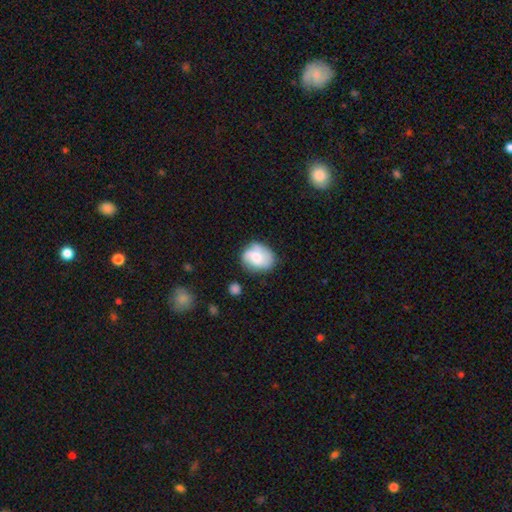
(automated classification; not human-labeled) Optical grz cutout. It shows a smooth galaxy with no disk features (53%) that is round (59%). Merging: none (61%).